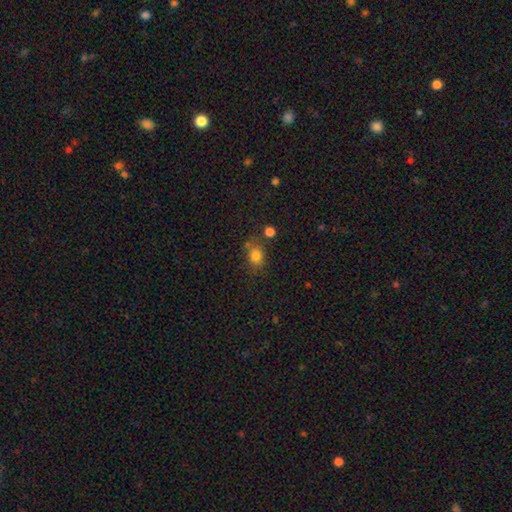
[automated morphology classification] The model was most divided on "how rounded": round: 52%, in between: 47%, cigar-shaped: 2%. More confident: smooth or featured — smooth (78%); merging — none (66%).